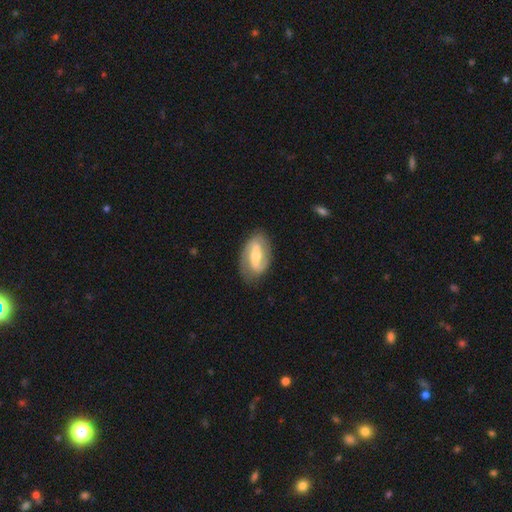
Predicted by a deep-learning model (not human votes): Smooth or featured? Predicted: featured or disk (p=0.77). Edge-on disk? Predicted: no (p=0.94). Bar? Predicted: strong (p=0.46). Spiral arms? Predicted: yes (p=0.86). Spiral winding? Predicted: loose (p=0.41). Spiral arm count? Predicted: 2 (p=0.87). Bulge size? Predicted: moderate (p=0.59). Merging? Predicted: none (p=0.83).